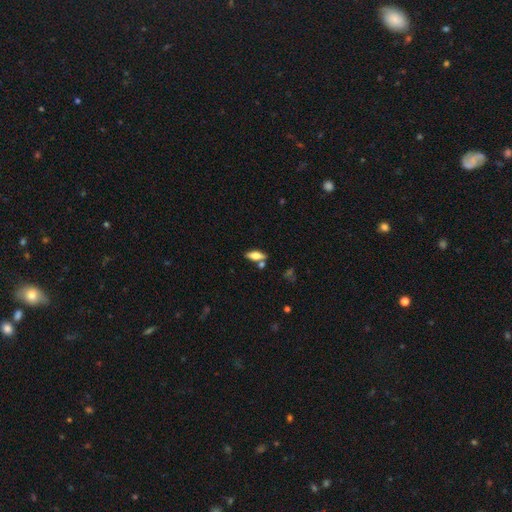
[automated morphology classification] type=smooth (63%); roundness=in between (69%); merging=none (71%).